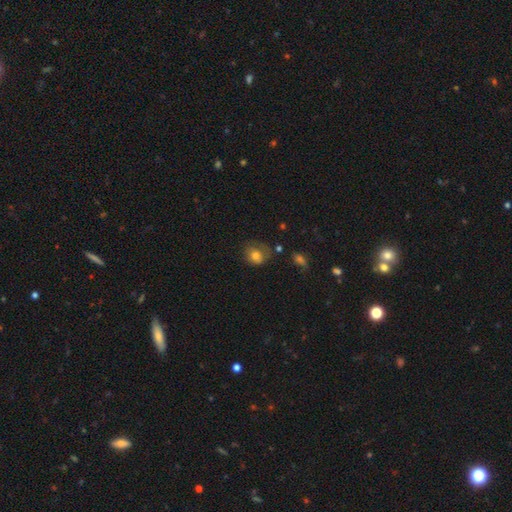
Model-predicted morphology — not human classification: Smooth or featured: smooth — 72% (featured or disk — 17%)
How rounded: round — 63% (in between — 36%)
Merging: none — 49% (minor disturbance — 30%)